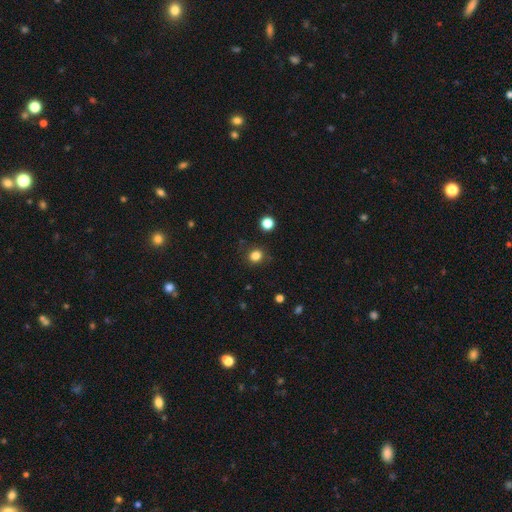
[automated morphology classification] smooth_or_featured: smooth (p=0.82) [alt: star or artifact p=0.13]
how_rounded: round (p=0.80) [alt: in between p=0.19]
merging: none (p=0.85) [alt: minor disturbance p=0.10]